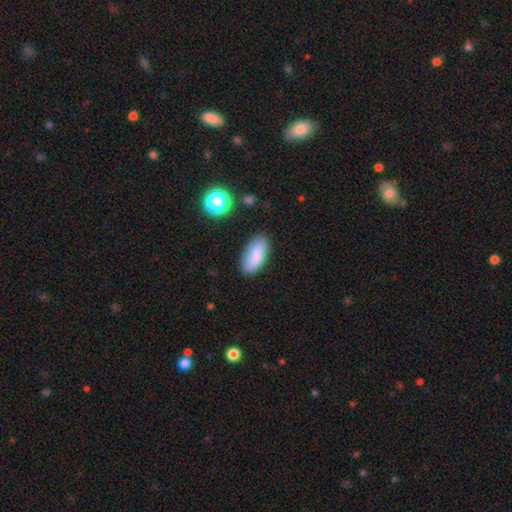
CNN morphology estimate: This appears to be a smooth galaxy with no disk features (86%) that is in between round and cigar-shaped (89%). Merging: none (83%).